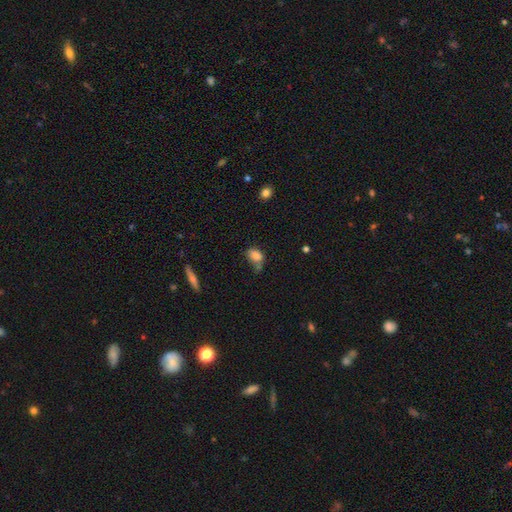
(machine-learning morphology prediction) Smooth or featured? Predicted: smooth (p=0.81). How rounded? Predicted: in between (p=0.78). Merging? Predicted: none (p=0.41).